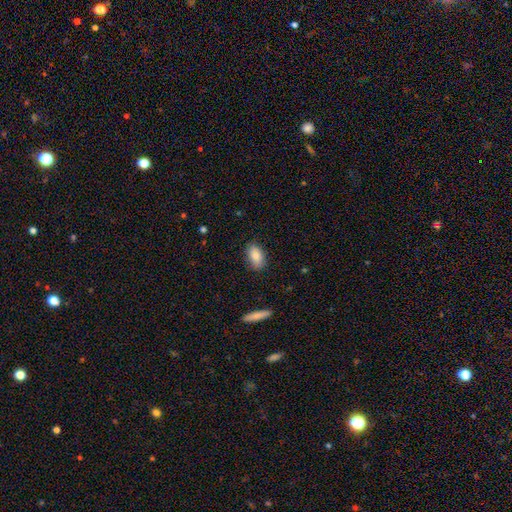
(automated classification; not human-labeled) Q: Smooth or featured?
A: smooth (83%); runner-up: featured or disk (10%)
Q: How rounded?
A: in between (90%); runner-up: round (6%)
Q: Merging?
A: none (84%); runner-up: minor disturbance (12%)